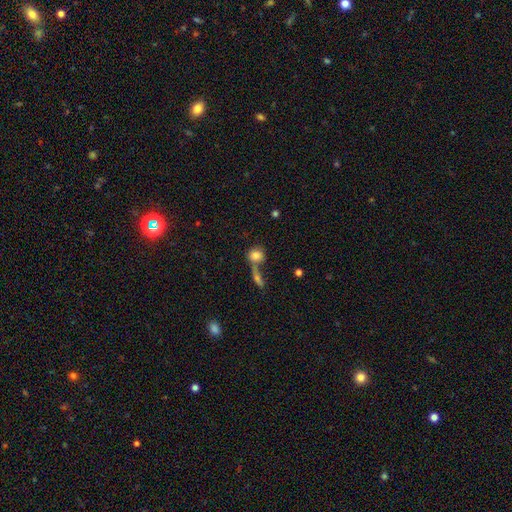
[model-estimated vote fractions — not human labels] smooth-or-featured: smooth: 79% | featured or disk: 13% | star or artifact: 9%
  how-rounded: round: 62% | in between: 34% | cigar-shaped: 4%
  merging: merger: 45% | none: 38% | minor disturbance: 10% | major disturbance: 6%